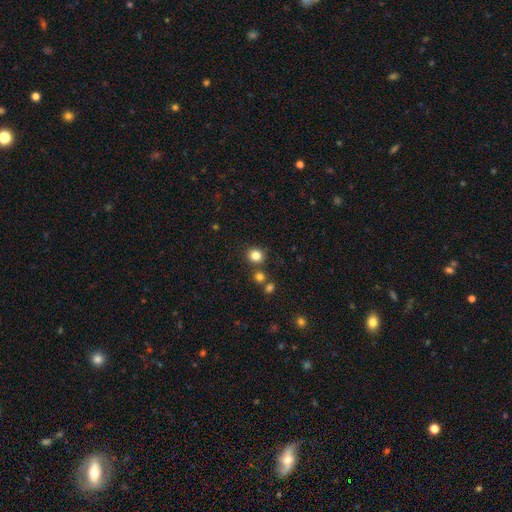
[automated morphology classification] This appears to be a smooth galaxy with no disk features (83%) that is round (88%). Merging: none (82%).